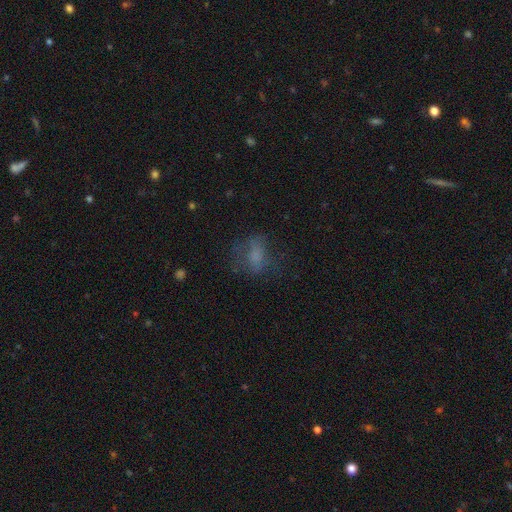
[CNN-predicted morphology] smooth 60%, featured or disk 24%, star or artifact 17%. Down the decision tree: how rounded — in between (67%); merging — none (52%).